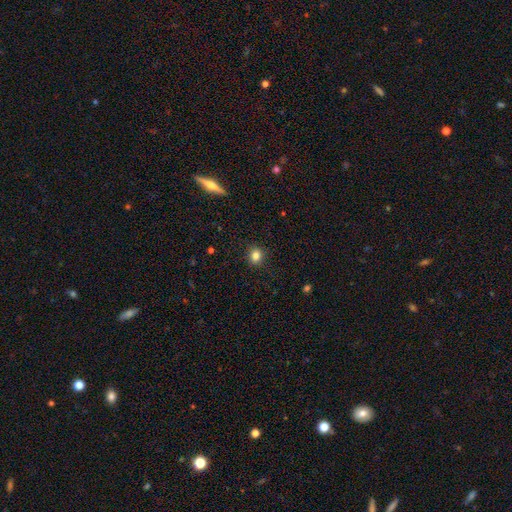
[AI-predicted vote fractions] This is clearly a smooth galaxy (83%). How rounded: likely round (74%). Merging: clearly none (90%).